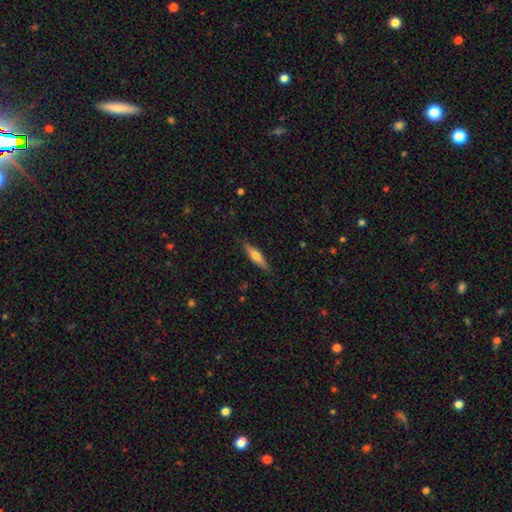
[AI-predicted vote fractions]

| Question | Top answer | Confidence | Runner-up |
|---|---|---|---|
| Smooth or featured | featured or disk | 48% | smooth (47%) |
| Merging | none | 86% | minor disturbance (10%) |